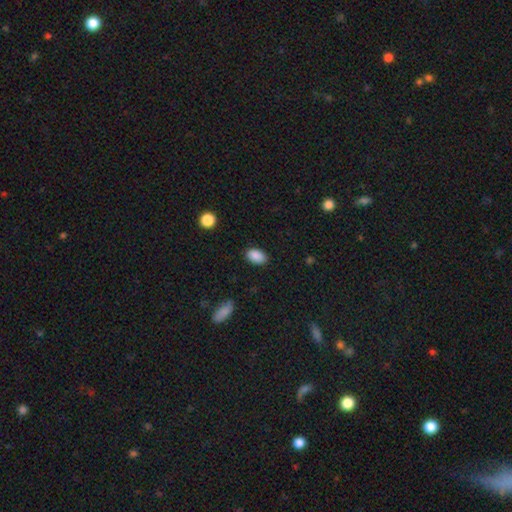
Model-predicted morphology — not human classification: Smooth or featured? Predicted: smooth (p=0.89). How rounded? Predicted: in between (p=0.91). Merging? Predicted: none (p=0.86).